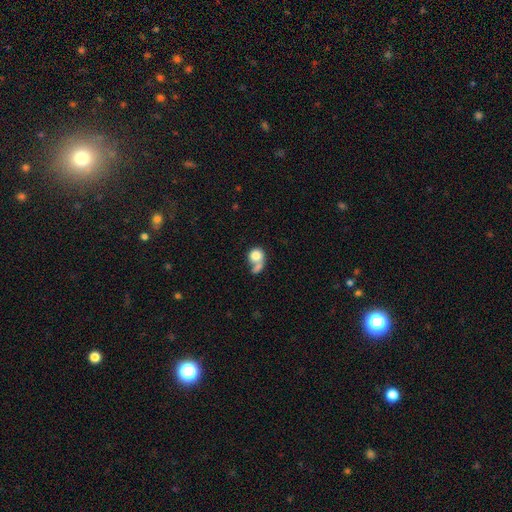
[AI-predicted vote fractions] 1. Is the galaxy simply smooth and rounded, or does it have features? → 76% smooth, 16% featured or disk, 8% star or artifact.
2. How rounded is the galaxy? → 70% round, 29% in between, 2% cigar-shaped.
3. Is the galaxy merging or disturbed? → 50% merger, 25% none, 15% major disturbance, 11% minor disturbance.